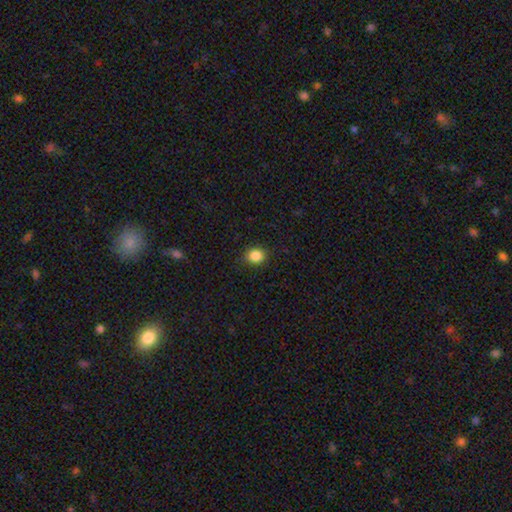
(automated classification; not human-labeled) smooth 86%, star or artifact 11%, featured or disk 4%. Down the decision tree: how rounded — round (79%); merging — none (89%).